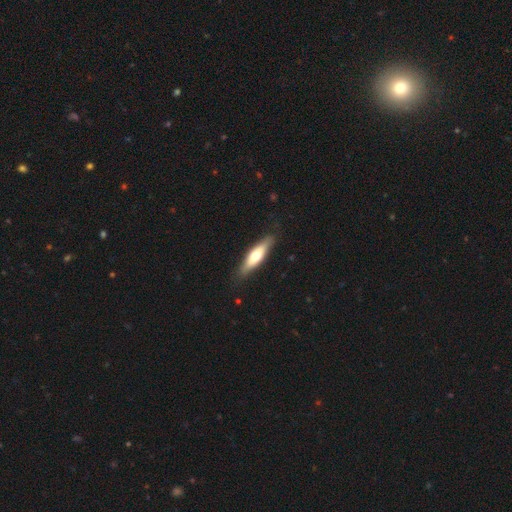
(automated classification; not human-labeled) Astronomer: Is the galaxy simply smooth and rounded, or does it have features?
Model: smooth — 55% (runner-up: featured or disk, 40%).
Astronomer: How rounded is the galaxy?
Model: cigar-shaped — 64%.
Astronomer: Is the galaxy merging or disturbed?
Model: none — 85%.